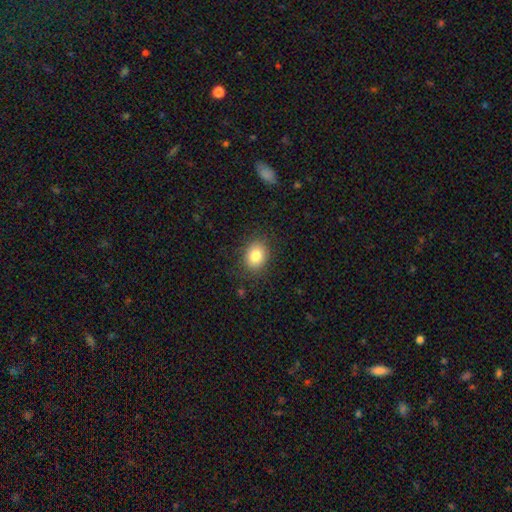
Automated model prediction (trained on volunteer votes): A smooth galaxy with no disk features (82%) that is in between round and cigar-shaped (53%). Merging: none (85%).